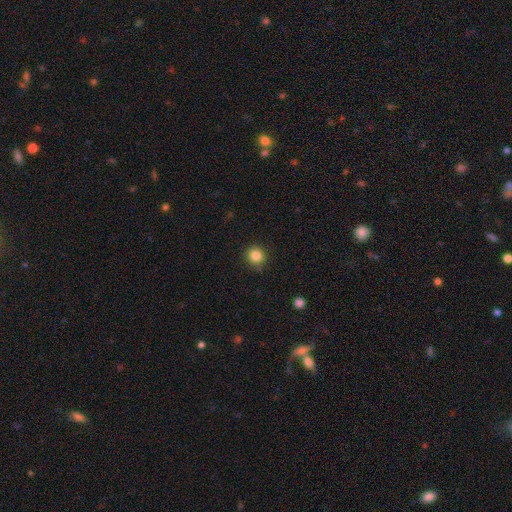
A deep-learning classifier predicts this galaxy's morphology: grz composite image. It shows a smooth galaxy with no disk features (86%) that is round (92%). Merging: none (89%).